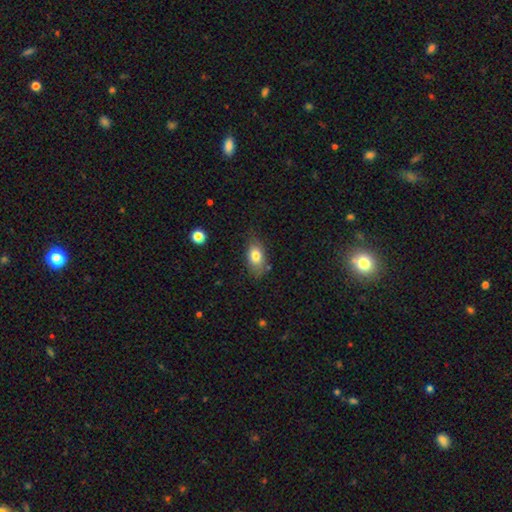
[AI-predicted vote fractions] This appears to be a smooth galaxy with no disk features (78%) that is in between round and cigar-shaped (86%). Merging: none (68%).